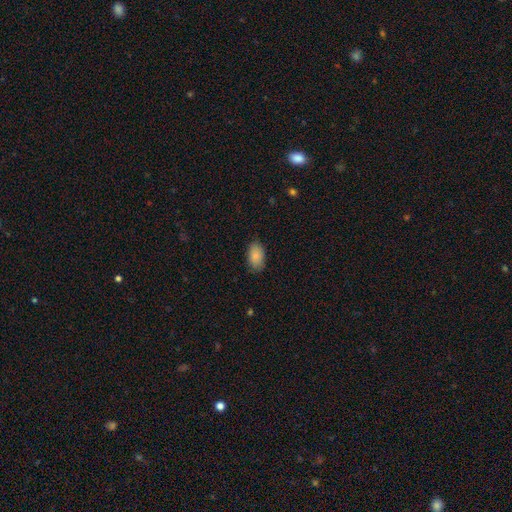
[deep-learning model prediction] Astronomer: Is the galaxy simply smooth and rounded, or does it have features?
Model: smooth — 88%.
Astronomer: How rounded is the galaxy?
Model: in between — 93%.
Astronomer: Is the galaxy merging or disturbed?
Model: none — 84%.